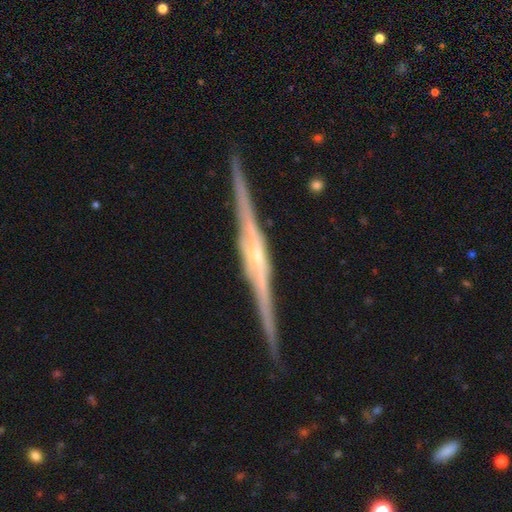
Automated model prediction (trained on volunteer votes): smooth_or_featured: featured or disk (p=0.90) [alt: star or artifact p=0.05]
disk_edge_on: yes (p=0.98) [alt: no p=0.02]
edge_on_bulge: boxy (p=0.46) [alt: rounded p=0.41]
merging: none (p=0.91) [alt: minor disturbance p=0.07]